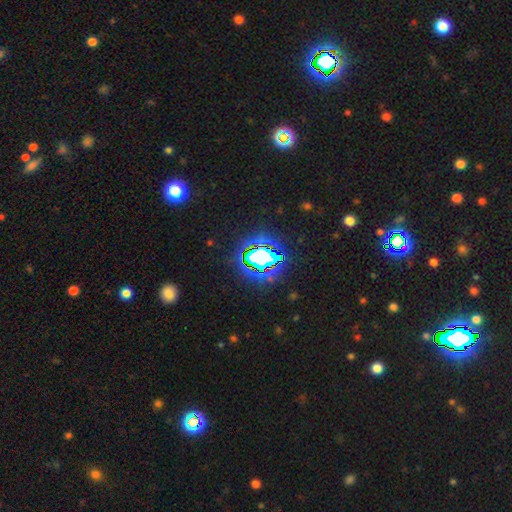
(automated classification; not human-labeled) The model was most divided on "smooth or featured": star or artifact: 73%, smooth: 15%, featured or disk: 12%.